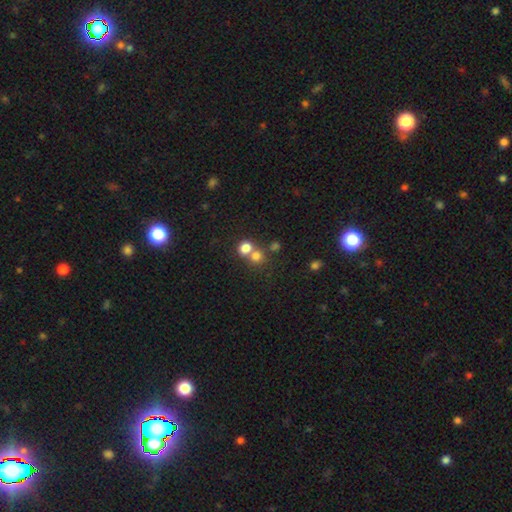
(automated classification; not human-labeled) Smooth or featured? Predicted: smooth (p=0.76). How rounded? Predicted: round (p=0.83). Merging? Predicted: merger (p=0.46, tied with none).